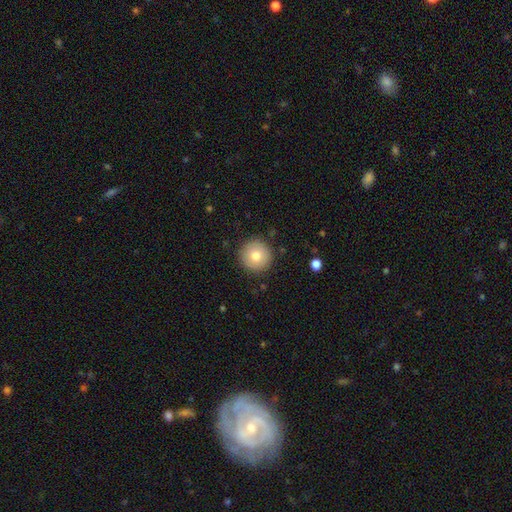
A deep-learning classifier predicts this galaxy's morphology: type=smooth (78%); roundness=round (96%); merging=none (90%).